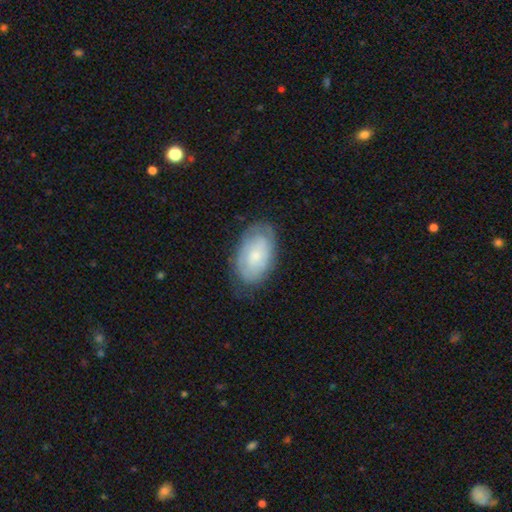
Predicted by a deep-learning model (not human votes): smooth 47%, featured or disk 46%, star or artifact 7%. Down the decision tree: merging — none (71%).